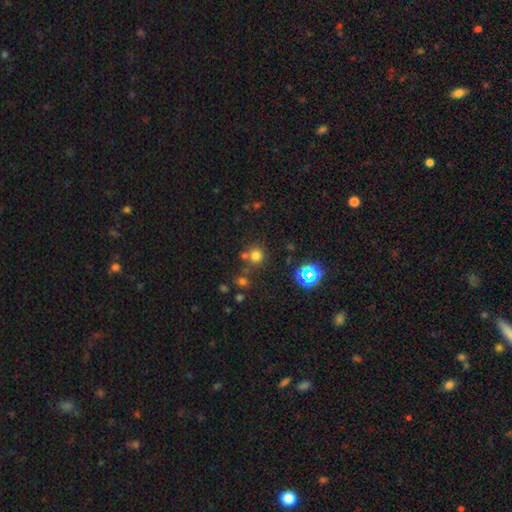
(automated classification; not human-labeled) Smooth or featured? smooth (70%)
How rounded? round (92%)
Merging? none (72%)